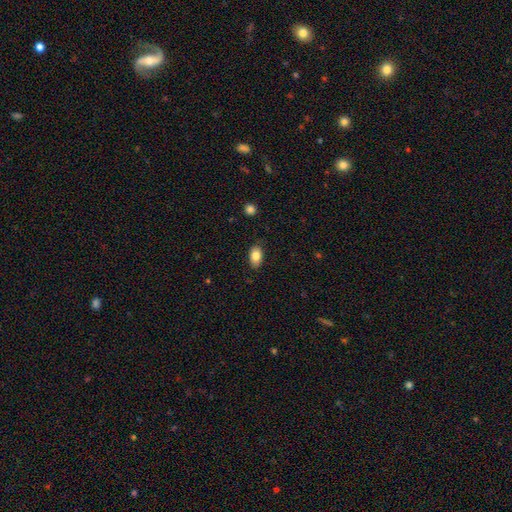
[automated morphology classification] Q: Smooth or featured?
A: smooth (85%); runner-up: star or artifact (8%)
Q: How rounded?
A: in between (91%); runner-up: round (7%)
Q: Merging?
A: none (84%); runner-up: minor disturbance (13%)